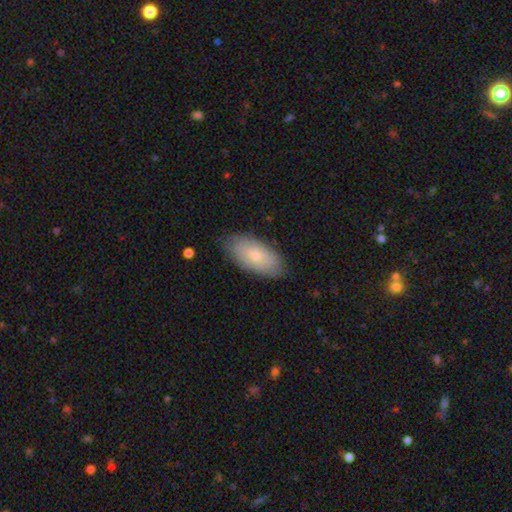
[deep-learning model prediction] Overall: smooth (71%). How rounded: in between (93%). Merging: none (81%).